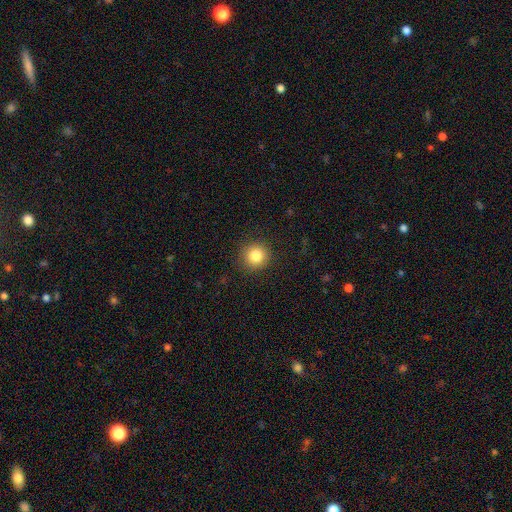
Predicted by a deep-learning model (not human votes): Morphology: type=smooth (84%); roundness=round (94%); merging=none (91%).